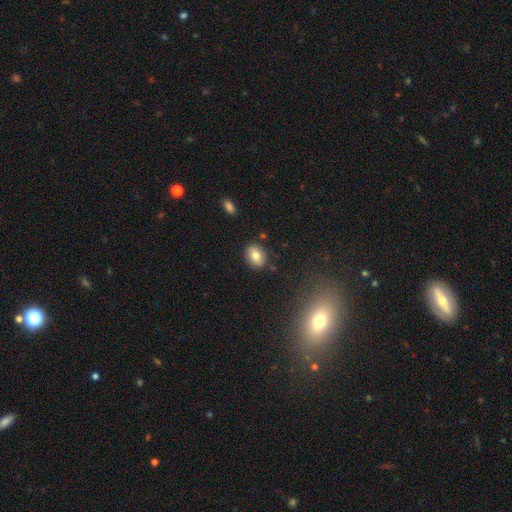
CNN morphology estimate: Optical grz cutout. It shows a smooth galaxy with no disk features (78%) that is in between round and cigar-shaped (66%). Merging: none (84%).